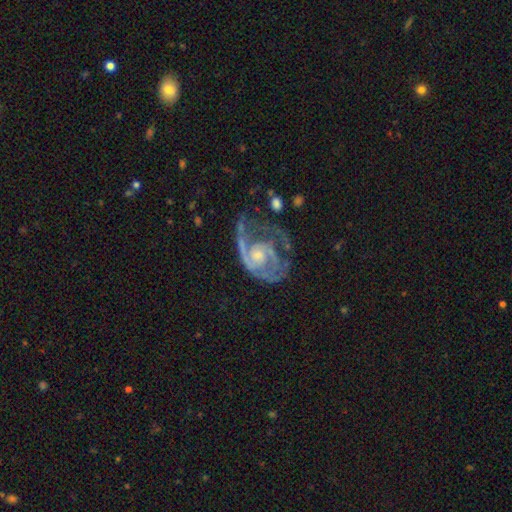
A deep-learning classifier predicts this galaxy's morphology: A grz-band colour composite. It shows a featured or disk galaxy (84%) with no bar (72%), 2 (39%) tight (43%) spiral arms (88%) and a small central bulge (45%). Merging: major disturbance (43%).